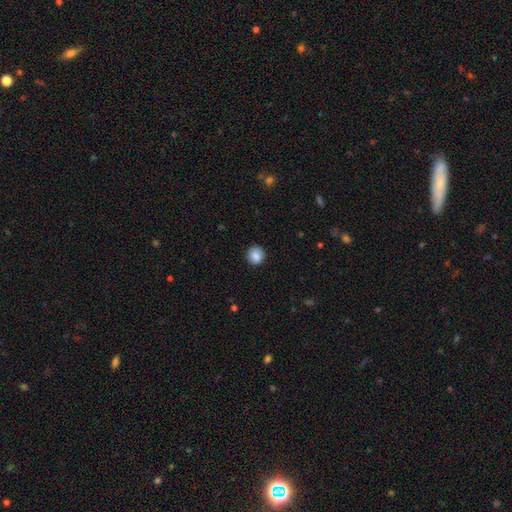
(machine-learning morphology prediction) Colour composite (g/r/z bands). It shows a smooth galaxy with no disk features (87%) that is round (93%). Merging: none (90%).